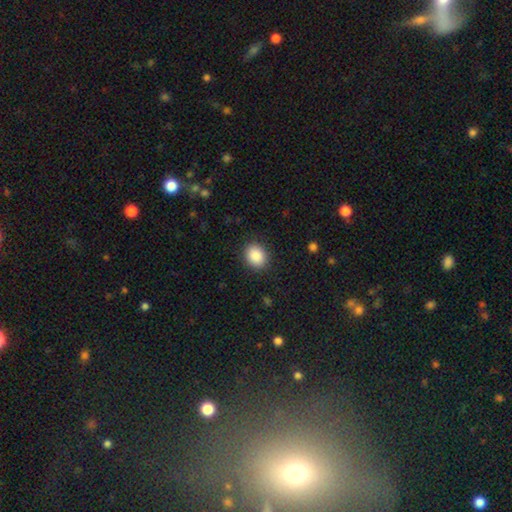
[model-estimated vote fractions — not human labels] Smooth or featured? smooth (88%)
How rounded? round (52%)
Merging? none (89%)